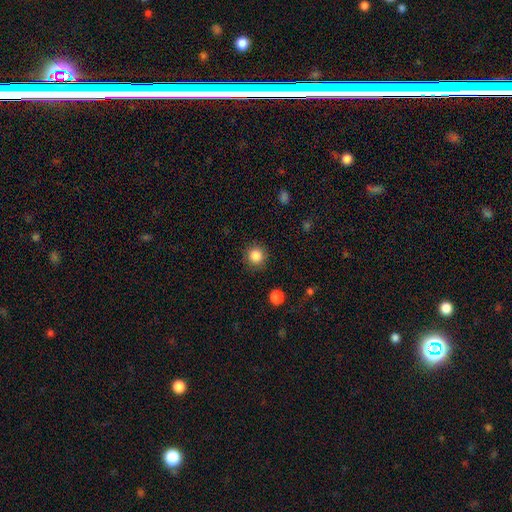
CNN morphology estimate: This appears to be a smooth galaxy with no disk features (85%) that is round (93%). Merging: none (89%).